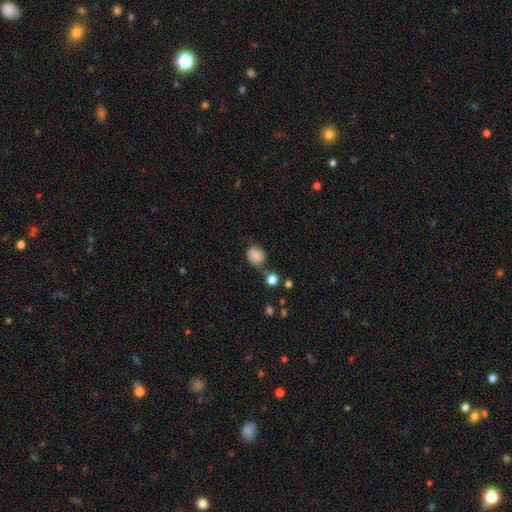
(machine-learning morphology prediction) Overall: smooth (81%). How rounded: round (59%; in between 40%). Merging: none (60%; minor disturbance 23%).